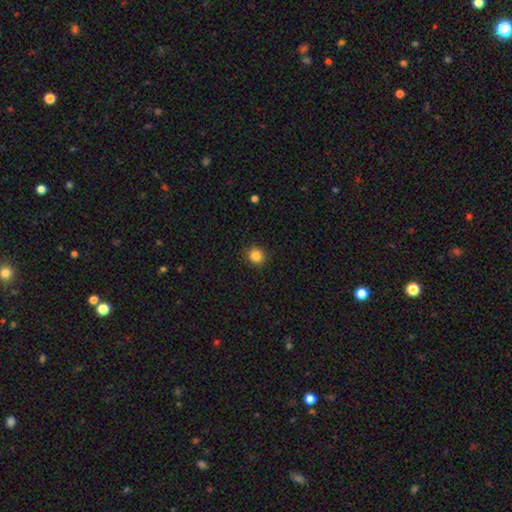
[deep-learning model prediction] Overall: smooth (85%). How rounded: round (88%). Merging: none (89%).